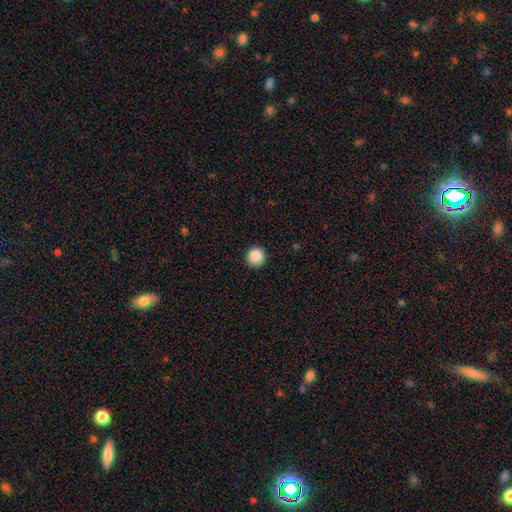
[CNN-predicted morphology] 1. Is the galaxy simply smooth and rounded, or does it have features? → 88% smooth, 9% star or artifact, 3% featured or disk.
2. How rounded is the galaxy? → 95% round, 4% in between, 1% cigar-shaped.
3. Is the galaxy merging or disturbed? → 92% none, 6% minor disturbance, 2% major disturbance, 1% merger.